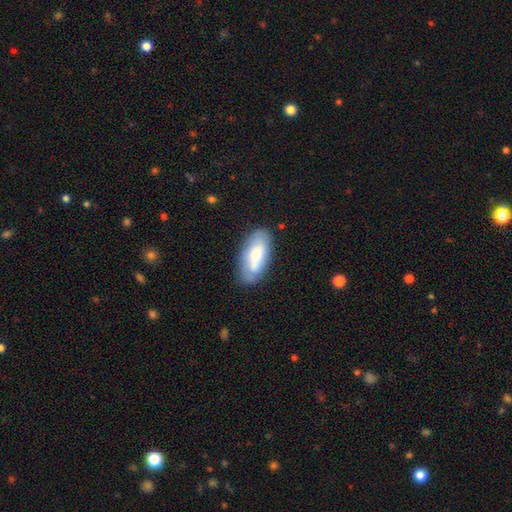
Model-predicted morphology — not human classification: Smooth or featured? smooth (62%)
How rounded? in between (88%)
Merging? none (73%)